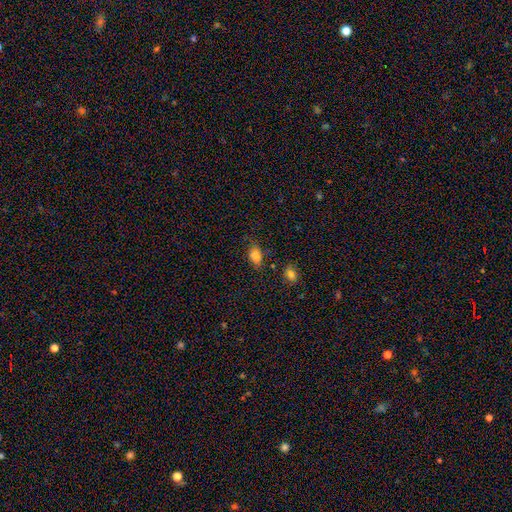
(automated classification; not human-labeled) The model was most divided on "merging": none: 70%, minor disturbance: 21%, major disturbance: 5%, merger: 4%. More confident: smooth or featured — smooth (81%); how rounded — in between (81%).